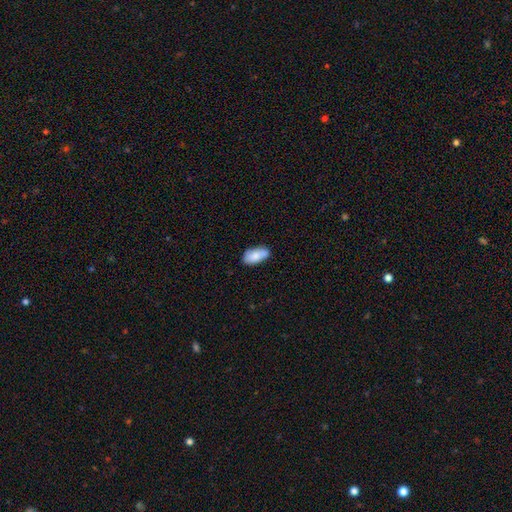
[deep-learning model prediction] smooth 80%, featured or disk 14%, star or artifact 7%. Down the decision tree: how rounded — in between (92%); merging — none (70%).